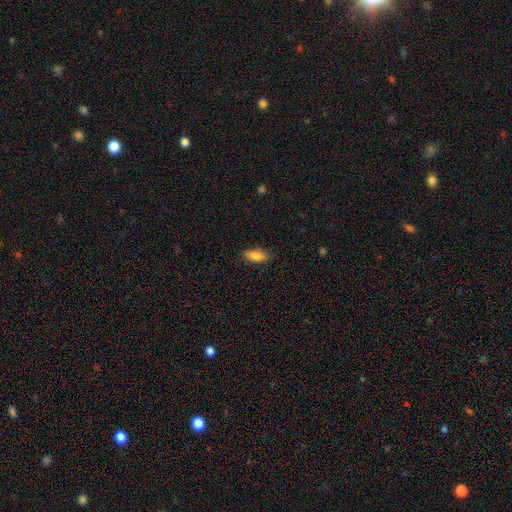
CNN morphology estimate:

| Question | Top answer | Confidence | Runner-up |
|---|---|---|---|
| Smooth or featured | smooth | 83% | featured or disk (11%) |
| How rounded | in between | 74% | cigar-shaped (23%) |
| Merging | none | 86% | minor disturbance (11%) |